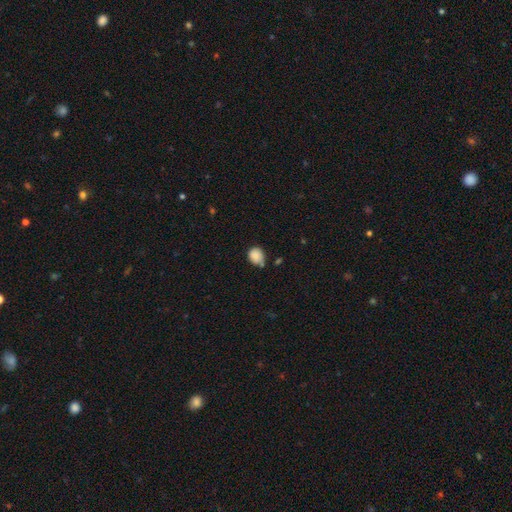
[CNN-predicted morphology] Overall: smooth (85%). How rounded: round (58%; in between 41%). Merging: none (52%; minor disturbance 33%).